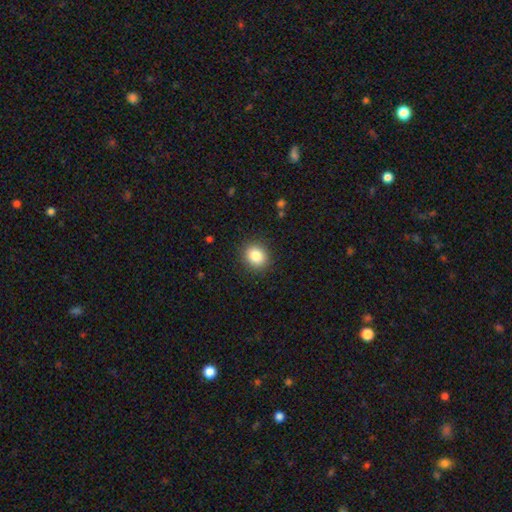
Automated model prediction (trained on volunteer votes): smooth-or-featured: smooth: 84% | star or artifact: 10% | featured or disk: 6%
  how-rounded: round: 72% | in between: 27% | cigar-shaped: 1%
  merging: none: 89% | minor disturbance: 7% | major disturbance: 3% | merger: 1%